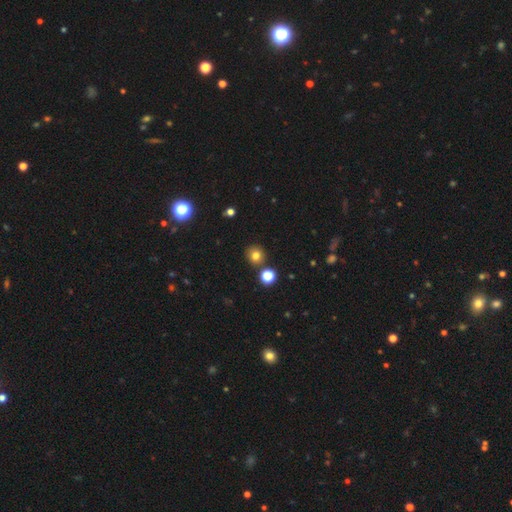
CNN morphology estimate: Smooth or featured? smooth (77%)
How rounded? round (89%)
Merging? none (83%)